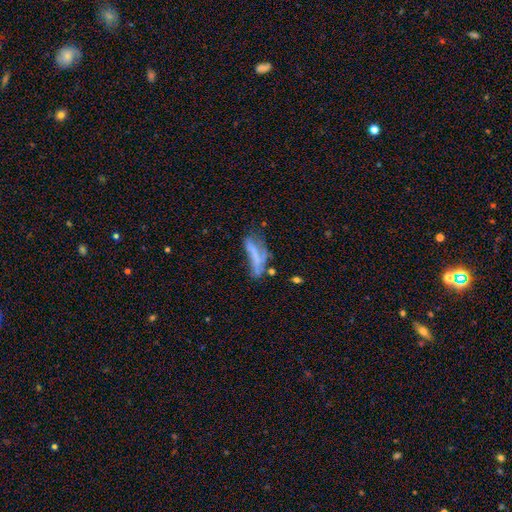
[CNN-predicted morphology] Smooth or featured? Predicted: smooth (p=0.44). Merging? Predicted: major disturbance (p=0.35).